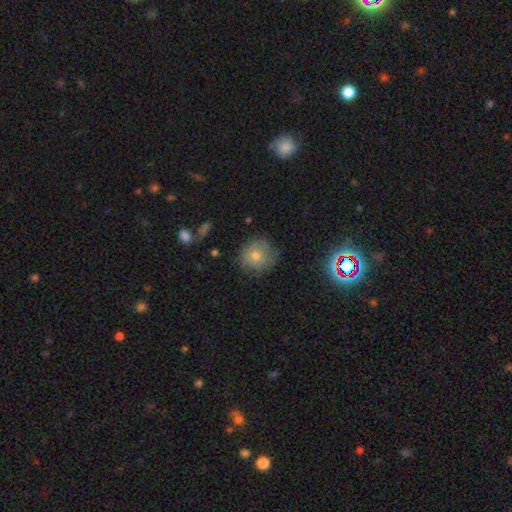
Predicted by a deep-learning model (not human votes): A smooth galaxy with no disk features (63%) that is round (88%).

Vote fractions:
- Smooth or featured? smooth: 63% / featured or disk: 21% / star or artifact: 16%
- How rounded? round: 88% / in between: 11% / cigar-shaped: 1%
- Merging? none: 73% / minor disturbance: 19% / major disturbance: 5% / merger: 2%